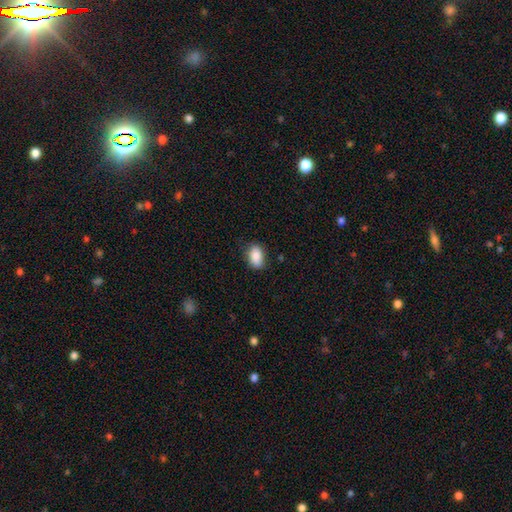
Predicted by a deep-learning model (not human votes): Overall: smooth (87%). How rounded: in between (88%). Merging: none (77%).